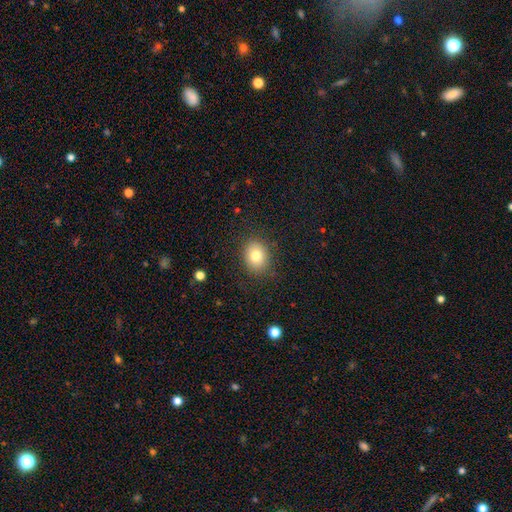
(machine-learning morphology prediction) Smooth or featured?
  - smooth: 79% *
  - star or artifact: 11%
  - featured or disk: 11%
How rounded?
  - round: 55% *
  - in between: 44%
  - cigar-shaped: 1%
Merging?
  - none: 86% *
  - minor disturbance: 9%
  - major disturbance: 3%
  - merger: 1%